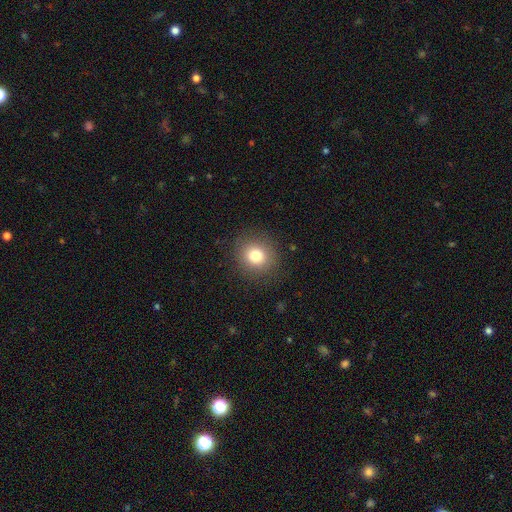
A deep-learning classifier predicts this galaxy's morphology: The model was most divided on "smooth or featured": smooth: 78%, star or artifact: 12%, featured or disk: 9%. More confident: merging — none (89%); how rounded — round (86%).